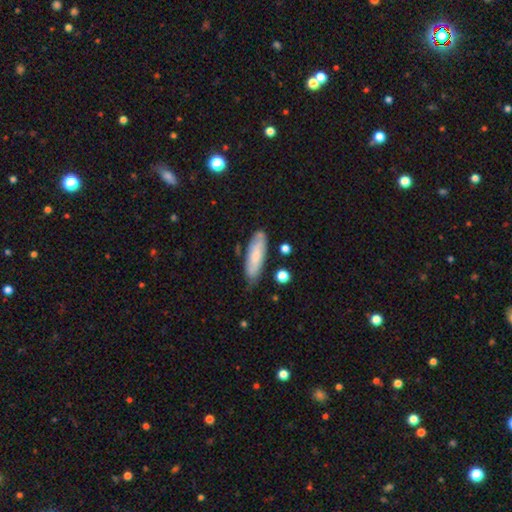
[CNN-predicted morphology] This is likely a smooth galaxy (68%). How rounded: possibly in between (50%). Merging: likely none (69%).